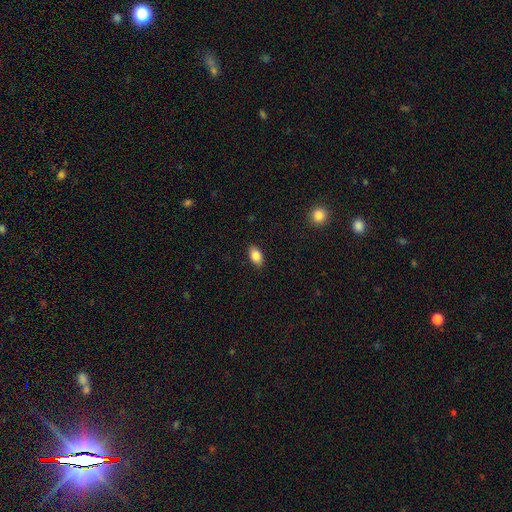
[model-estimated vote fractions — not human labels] smooth-or-featured: smooth: 85% | star or artifact: 8% | featured or disk: 8%
  how-rounded: in between: 91% | round: 7% | cigar-shaped: 3%
  merging: none: 88% | minor disturbance: 9% | major disturbance: 2% | merger: 1%